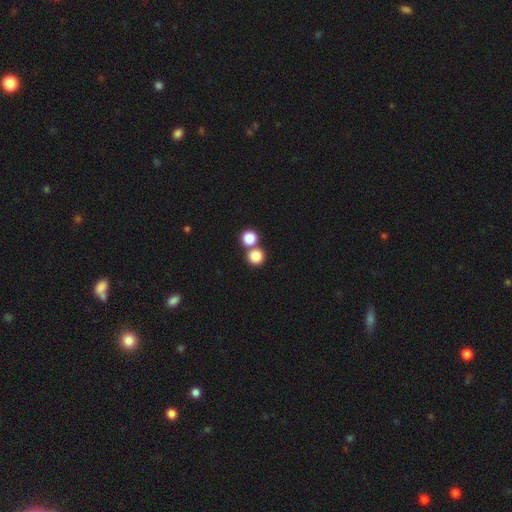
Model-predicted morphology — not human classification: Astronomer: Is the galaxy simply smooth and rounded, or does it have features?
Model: smooth — 83%.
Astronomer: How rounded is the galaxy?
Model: round — 90%.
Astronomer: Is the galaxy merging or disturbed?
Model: none — 57% (runner-up: merger, 34%).